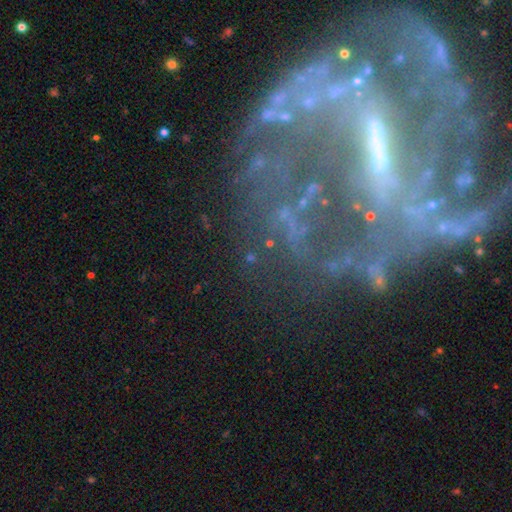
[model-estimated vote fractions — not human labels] Smooth or featured: featured or disk — 72% (star or artifact — 18%)
Edge-on disk: no — 91% (yes — 9%)
Bar: strong — 42% (weak — 30%)
Spiral arms: yes — 57% (no — 43%)
Bulge size: small — 41% (none — 29%)
Merging: none — 48% (major disturbance — 30%)